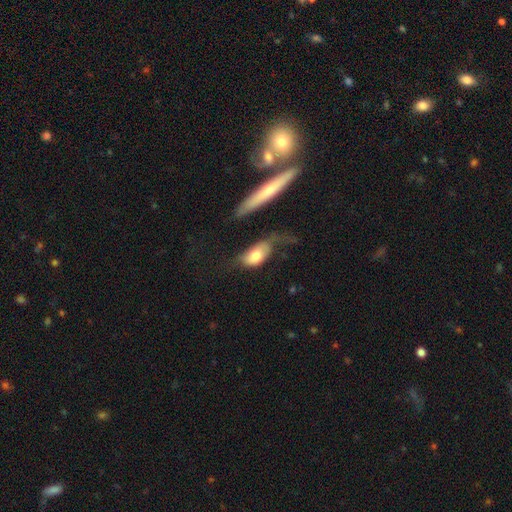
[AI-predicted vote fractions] smooth_or_featured: smooth (p=0.69) [alt: featured or disk p=0.24]
how_rounded: in between (p=0.87) [alt: round p=0.07]
merging: major disturbance (p=0.34) [alt: none p=0.28]